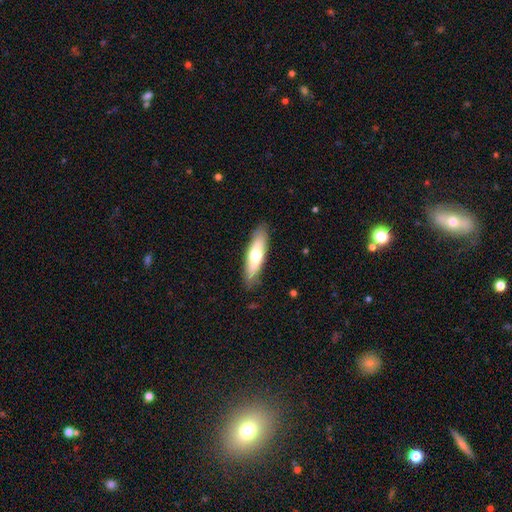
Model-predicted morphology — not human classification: type=smooth (62%); roundness=cigar-shaped (60%); merging=none (85%).